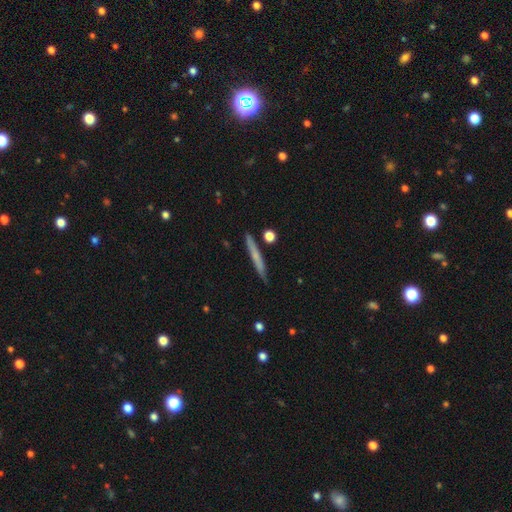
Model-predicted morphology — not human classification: Q: Smooth or featured?
A: smooth (55%); runner-up: featured or disk (38%)
Q: How rounded?
A: cigar-shaped (95%); runner-up: in between (3%)
Q: Merging?
A: none (87%); runner-up: minor disturbance (9%)